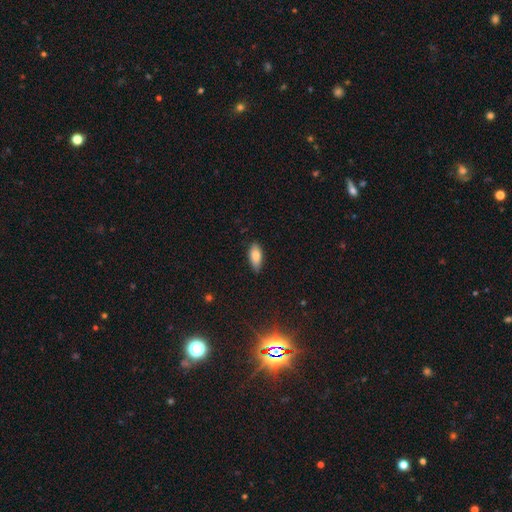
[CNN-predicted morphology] Overall: smooth (83%). How rounded: in between (84%). Merging: none (82%).